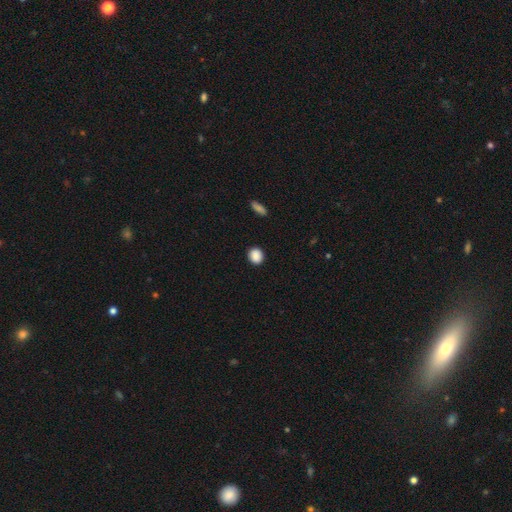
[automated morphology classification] This is clearly a smooth galaxy (89%). How rounded: likely round (72%). Merging: clearly none (91%).